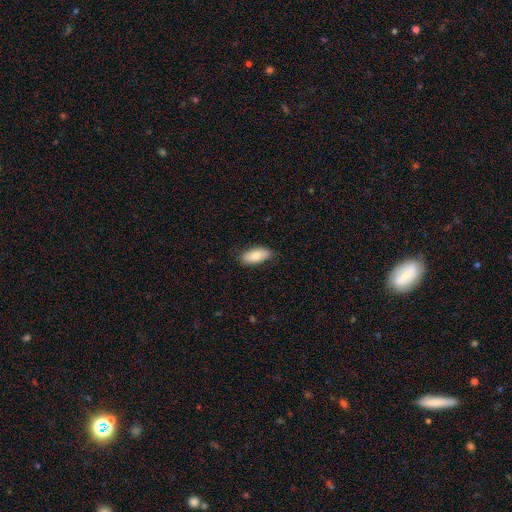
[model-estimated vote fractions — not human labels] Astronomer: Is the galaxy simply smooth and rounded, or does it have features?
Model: smooth — 78%.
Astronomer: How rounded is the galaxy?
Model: in between — 90%.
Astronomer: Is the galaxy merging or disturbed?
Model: none — 82%.